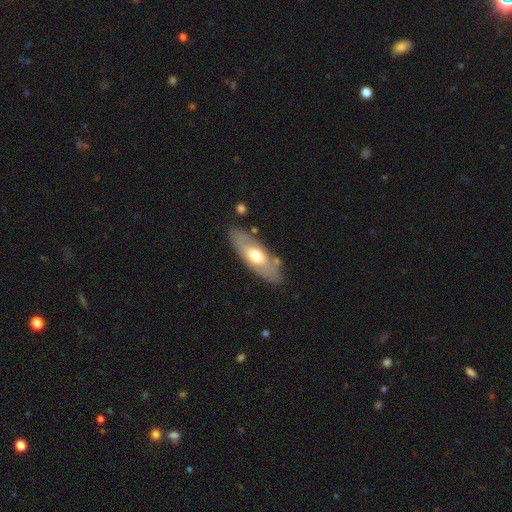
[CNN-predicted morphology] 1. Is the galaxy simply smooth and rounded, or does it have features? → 51% smooth, 43% featured or disk, 5% star or artifact.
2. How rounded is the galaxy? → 74% in between, 23% cigar-shaped, 2% round.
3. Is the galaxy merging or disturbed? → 79% none, 14% minor disturbance, 4% merger, 4% major disturbance.